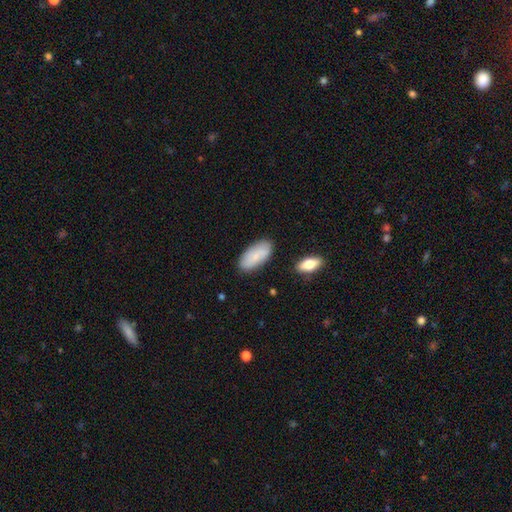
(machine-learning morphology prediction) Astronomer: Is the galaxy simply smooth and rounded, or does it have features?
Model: smooth — 78%.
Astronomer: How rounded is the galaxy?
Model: in between — 91%.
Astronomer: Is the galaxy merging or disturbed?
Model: none — 83%.